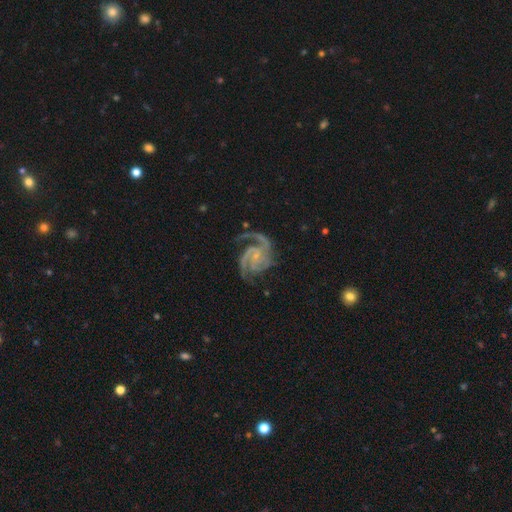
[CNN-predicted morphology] A featured or disk galaxy (93%) with no bar (60%), 3 (46%) medium (53%) spiral arms (99%) and a small central bulge (79%). Merging: none (68%).